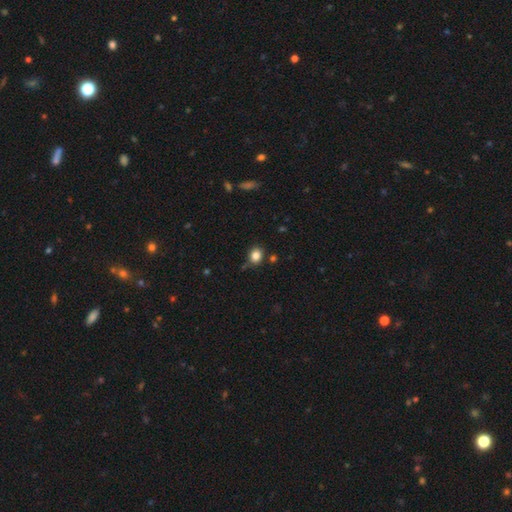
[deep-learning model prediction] smooth-or-featured: smooth: 83% | star or artifact: 11% | featured or disk: 5%
  how-rounded: round: 63% | in between: 36% | cigar-shaped: 1%
  merging: none: 79% | minor disturbance: 14% | merger: 5% | major disturbance: 3%